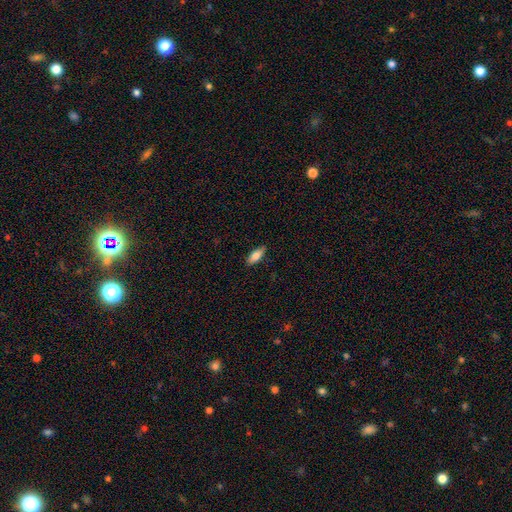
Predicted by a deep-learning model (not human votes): Morphology: type=smooth (79%); roundness=in between (73%); merging=none (86%).